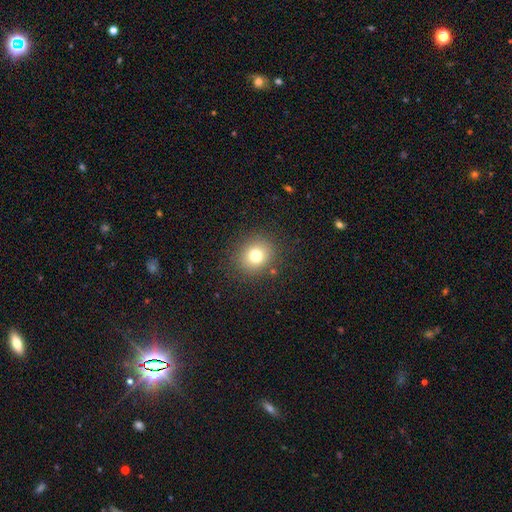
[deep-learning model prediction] Morphology: type=smooth (76%); roundness=round (77%); merging=none (87%).